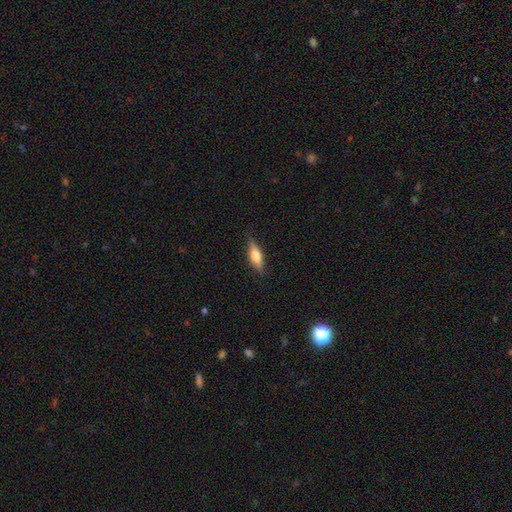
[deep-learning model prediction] Overall: smooth (62%; featured or disk 31%). How rounded: in between (56%; cigar-shaped 41%). Merging: none (84%).